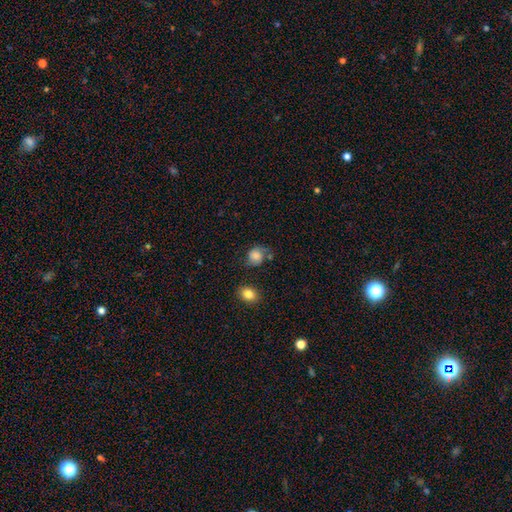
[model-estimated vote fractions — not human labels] A smooth galaxy with no disk features (70%) that is round (66%). Merging: none (52%).